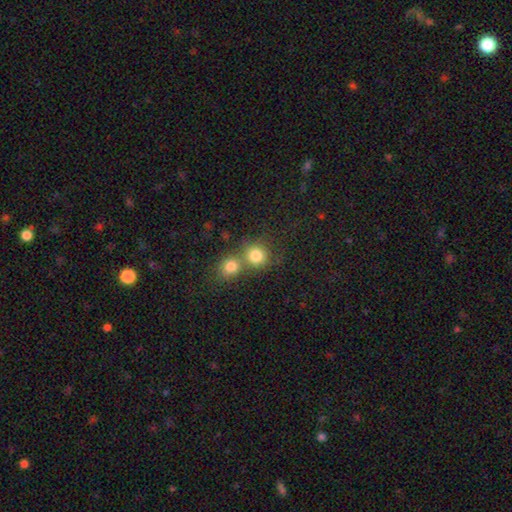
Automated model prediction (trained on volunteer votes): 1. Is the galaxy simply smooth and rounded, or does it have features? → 81% smooth, 12% star or artifact, 7% featured or disk.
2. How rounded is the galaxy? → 88% round, 11% in between, 1% cigar-shaped.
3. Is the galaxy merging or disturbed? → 46% none, 44% merger, 7% minor disturbance, 3% major disturbance.